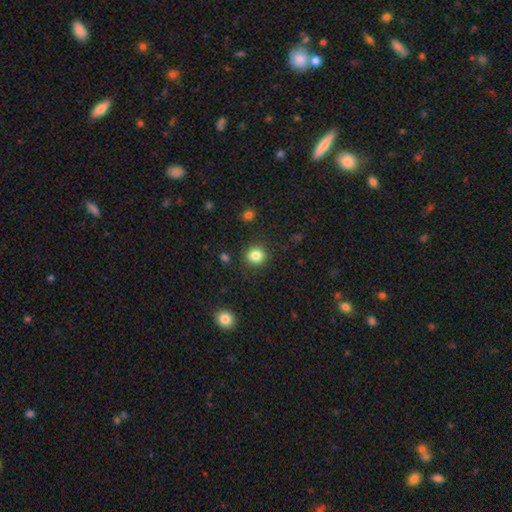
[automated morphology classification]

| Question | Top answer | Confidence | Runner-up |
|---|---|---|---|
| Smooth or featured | smooth | 85% | star or artifact (11%) |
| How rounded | round | 89% | in between (11%) |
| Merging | none | 89% | minor disturbance (7%) |